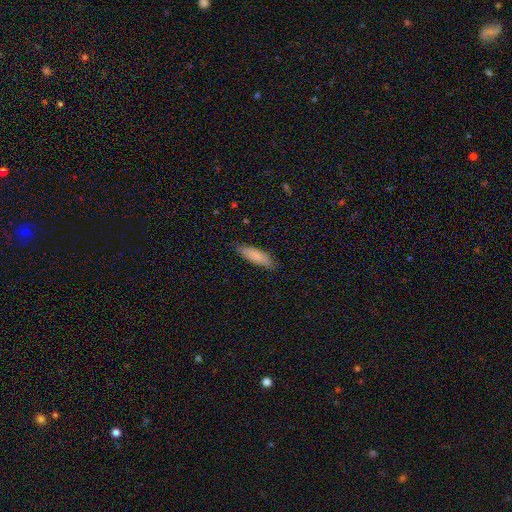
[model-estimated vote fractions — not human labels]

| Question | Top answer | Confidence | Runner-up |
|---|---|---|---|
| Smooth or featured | smooth | 83% | featured or disk (11%) |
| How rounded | cigar-shaped | 51% | in between (48%) |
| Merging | none | 80% | minor disturbance (16%) |